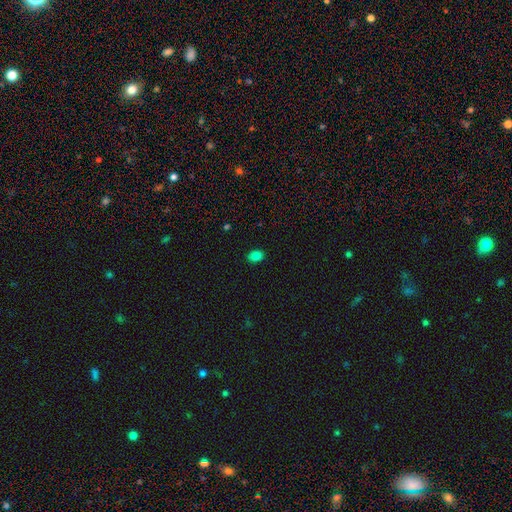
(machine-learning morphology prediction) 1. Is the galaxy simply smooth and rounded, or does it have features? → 84% smooth, 11% star or artifact, 5% featured or disk.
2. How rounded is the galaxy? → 76% in between, 23% round, 1% cigar-shaped.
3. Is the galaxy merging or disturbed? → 89% none, 8% minor disturbance, 2% major disturbance, 1% merger.